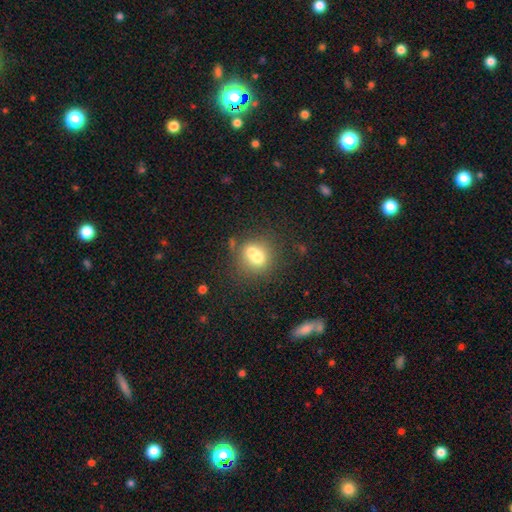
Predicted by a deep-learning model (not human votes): Smooth or featured? Predicted: smooth (p=0.66). How rounded? Predicted: round (p=0.74). Merging? Predicted: merger (p=0.46).